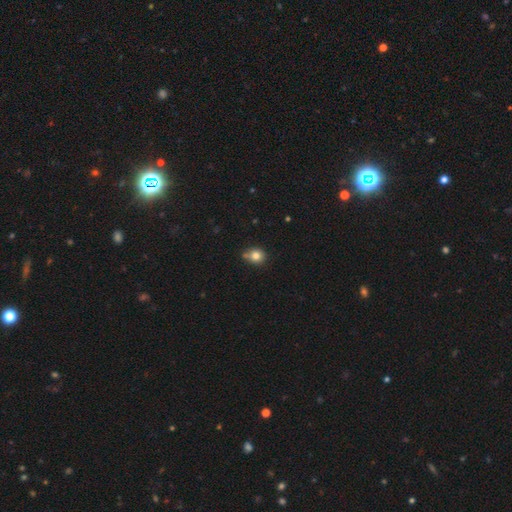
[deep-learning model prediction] Overall: smooth (80%). How rounded: round (75%). Merging: none (62%; minor disturbance 23%).